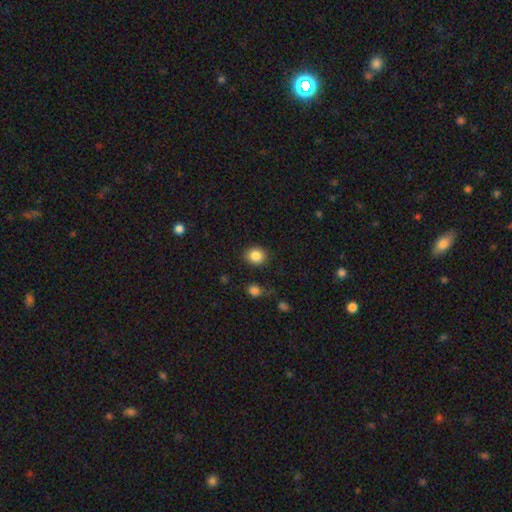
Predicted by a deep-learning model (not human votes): Smooth or featured?
  - smooth: 86% *
  - star or artifact: 9%
  - featured or disk: 5%
How rounded?
  - round: 72% *
  - in between: 27%
  - cigar-shaped: 1%
Merging?
  - none: 86% *
  - minor disturbance: 8%
  - major disturbance: 3%
  - merger: 2%